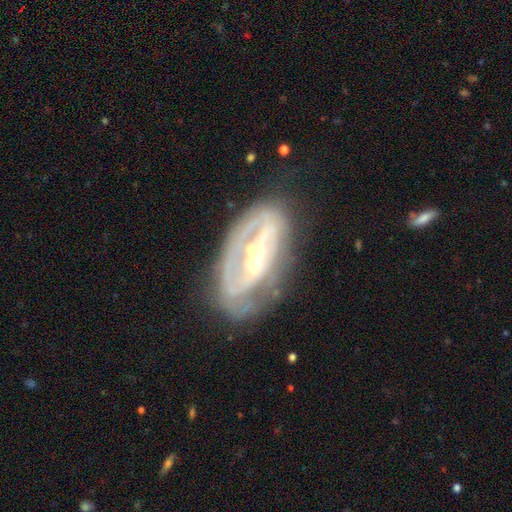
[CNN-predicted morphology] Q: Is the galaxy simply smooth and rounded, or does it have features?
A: featured or disk — 78%.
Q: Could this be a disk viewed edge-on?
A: no — 91%.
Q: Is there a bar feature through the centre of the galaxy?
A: no — 37%.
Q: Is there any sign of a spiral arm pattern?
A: yes — 69%.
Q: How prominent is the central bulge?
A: small — 50%.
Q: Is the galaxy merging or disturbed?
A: none — 60%.